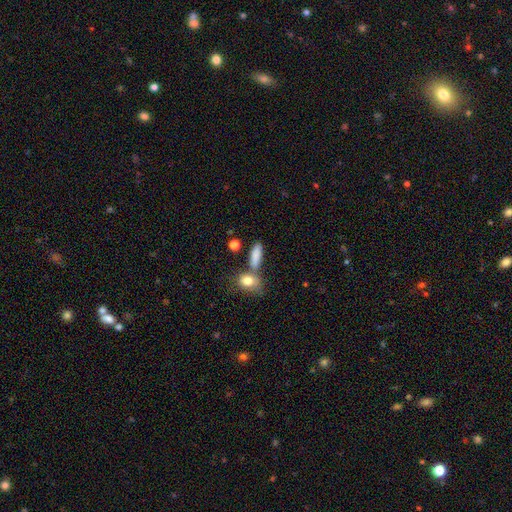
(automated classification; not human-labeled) A smooth galaxy with no disk features (83%) that is in between round and cigar-shaped (61%).

Vote fractions:
- Smooth or featured? smooth: 83% / featured or disk: 9% / star or artifact: 8%
- How rounded? in between: 61% / cigar-shaped: 31% / round: 8%
- Merging? none: 54% / merger: 27% / minor disturbance: 13% / major disturbance: 6%